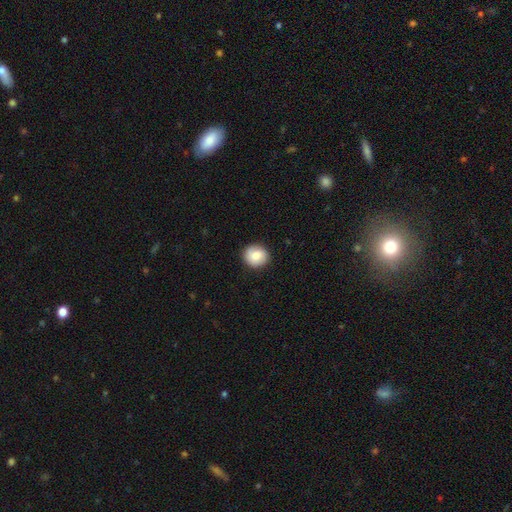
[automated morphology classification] smooth_or_featured: smooth (p=0.82) [alt: featured or disk p=0.10]
how_rounded: round (p=0.87) [alt: in between p=0.12]
merging: none (p=0.89) [alt: minor disturbance p=0.08]